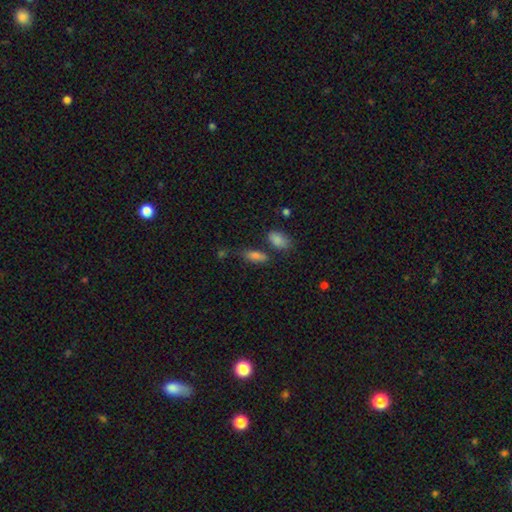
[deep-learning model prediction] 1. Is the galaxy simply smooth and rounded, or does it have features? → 78% smooth, 12% star or artifact, 10% featured or disk.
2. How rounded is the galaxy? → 70% in between, 25% cigar-shaped, 5% round.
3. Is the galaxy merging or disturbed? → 62% none, 17% minor disturbance, 14% merger, 6% major disturbance.